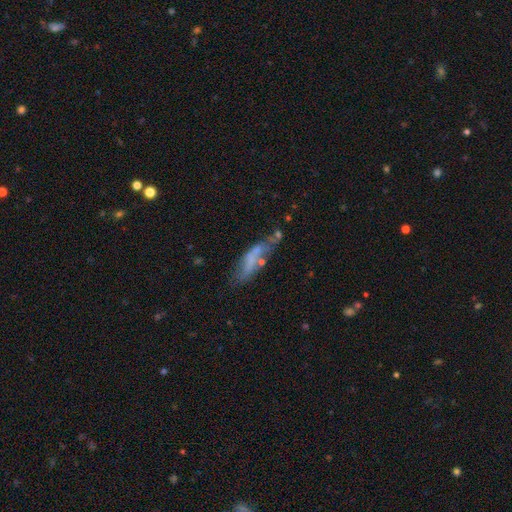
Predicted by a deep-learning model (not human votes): The model was most divided on "smooth or featured": smooth: 44%, featured or disk: 43%, star or artifact: 13%. Remaining: merging — none (44%).